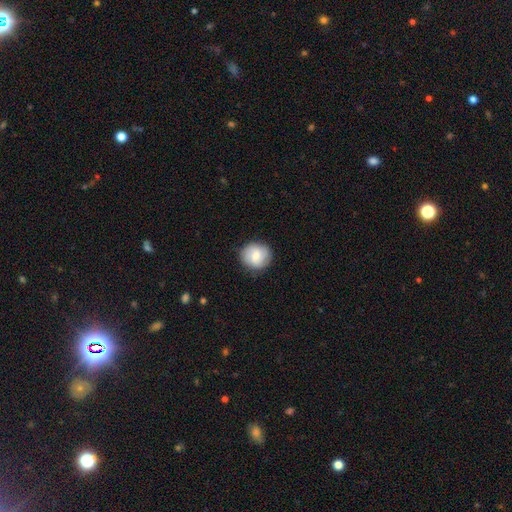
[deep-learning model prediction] smooth 66%, featured or disk 27%, star or artifact 7%. Down the decision tree: how rounded — round (89%); merging — none (86%).